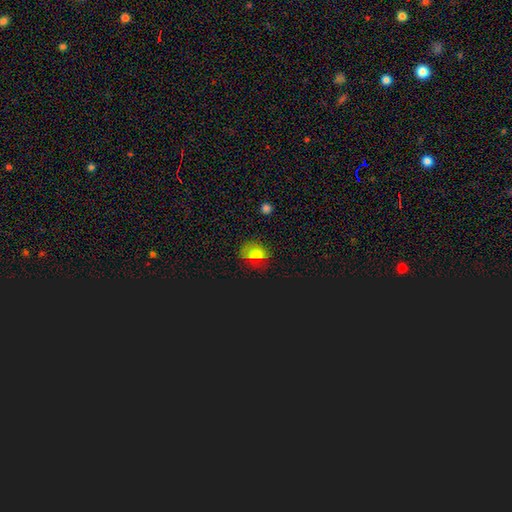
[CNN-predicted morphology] This appears to be a smooth galaxy with no disk features (59%) that is round (49%). Merging: none (75%).